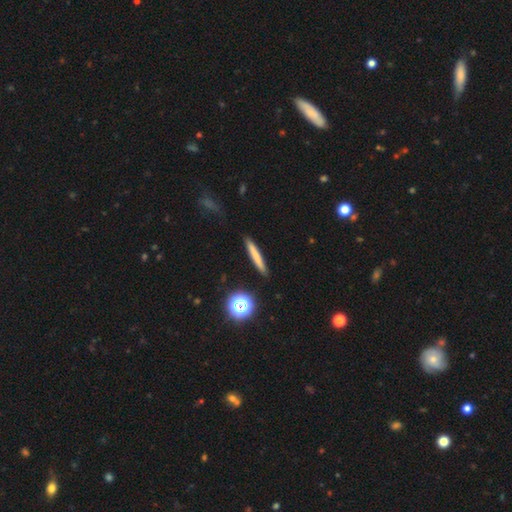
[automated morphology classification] Overall: smooth (71%). How rounded: cigar-shaped (94%). Merging: none (90%).